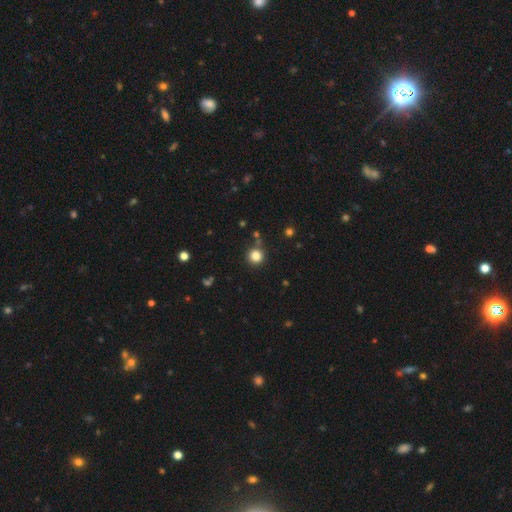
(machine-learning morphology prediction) type=smooth (83%); roundness=round (94%); merging=none (82%).